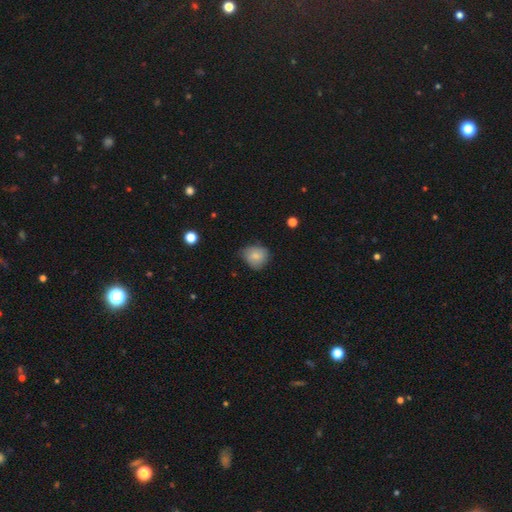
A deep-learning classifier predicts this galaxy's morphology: Q: Smooth or featured?
A: smooth (81%); runner-up: featured or disk (12%)
Q: How rounded?
A: round (70%); runner-up: in between (29%)
Q: Merging?
A: none (63%); runner-up: minor disturbance (30%)